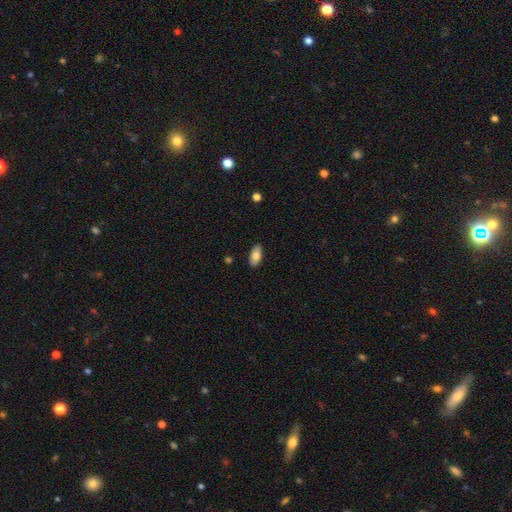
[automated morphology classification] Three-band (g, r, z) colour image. It shows a smooth galaxy with no disk features (78%) that is in between round and cigar-shaped (93%). Merging: none (88%).